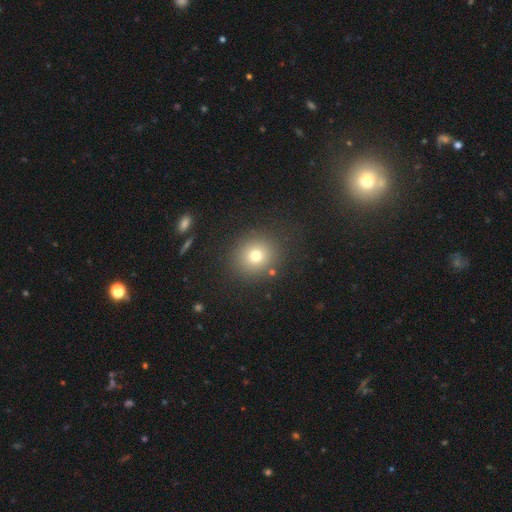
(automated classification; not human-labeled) This appears to be a smooth galaxy with no disk features (73%) that is round (87%). Merging: none (86%).